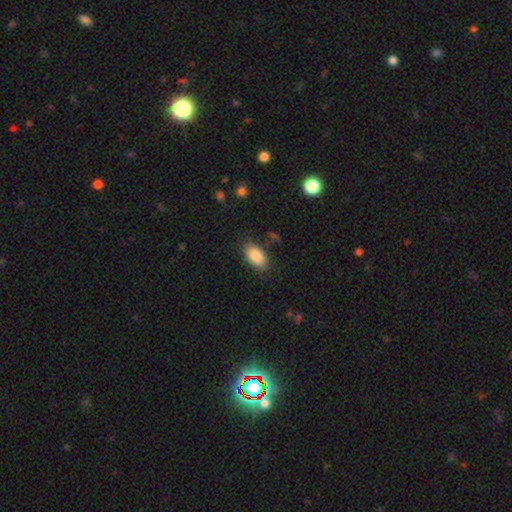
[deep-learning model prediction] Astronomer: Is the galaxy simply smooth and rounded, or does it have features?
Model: smooth — 86%.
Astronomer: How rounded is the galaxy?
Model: in between — 93%.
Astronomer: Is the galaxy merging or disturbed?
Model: none — 83%.